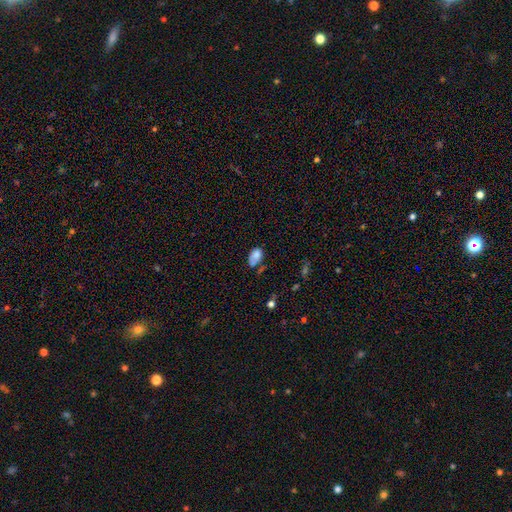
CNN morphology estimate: smooth-or-featured: smooth: 76% | featured or disk: 14% | star or artifact: 11%
  how-rounded: in between: 86% | round: 12% | cigar-shaped: 2%
  merging: none: 39% | minor disturbance: 30% | merger: 15% | major disturbance: 15%